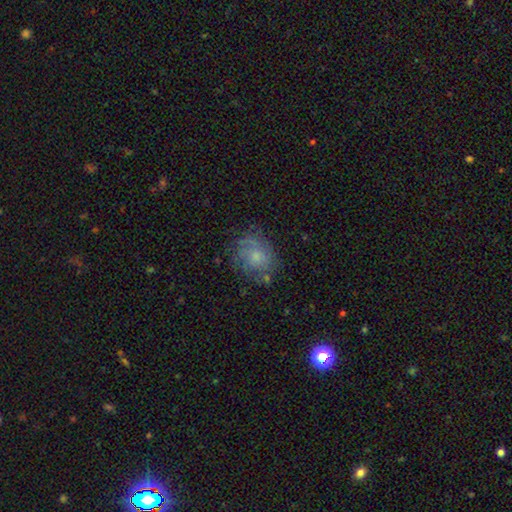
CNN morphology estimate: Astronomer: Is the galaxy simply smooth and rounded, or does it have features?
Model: smooth — 50% (runner-up: featured or disk, 40%).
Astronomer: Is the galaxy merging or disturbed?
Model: none — 65%.